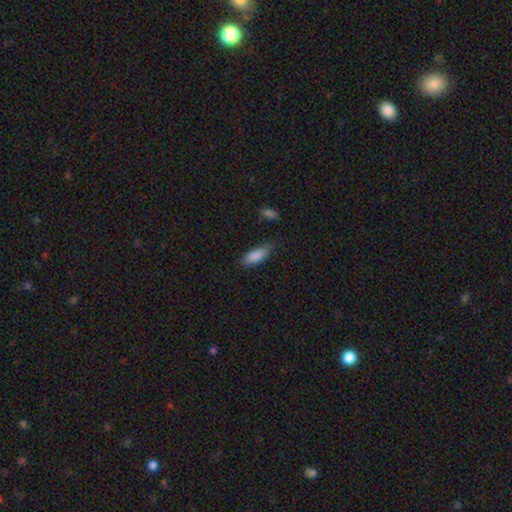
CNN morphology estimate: This is clearly a smooth galaxy (88%). How rounded: likely in between (70%). Merging: likely none (71%).